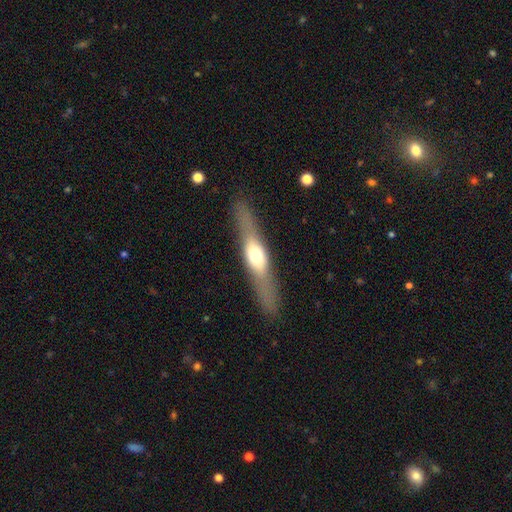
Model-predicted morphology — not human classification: Smooth or featured?
  - featured or disk: 60% *
  - smooth: 34%
  - star or artifact: 6%
Edge-on disk?
  - yes: 89% *
  - no: 11%
Edge-on bulge?
  - rounded: 91% *
  - boxy: 5%
  - none: 4%
Merging?
  - none: 85% *
  - minor disturbance: 10%
  - major disturbance: 3%
  - merger: 1%